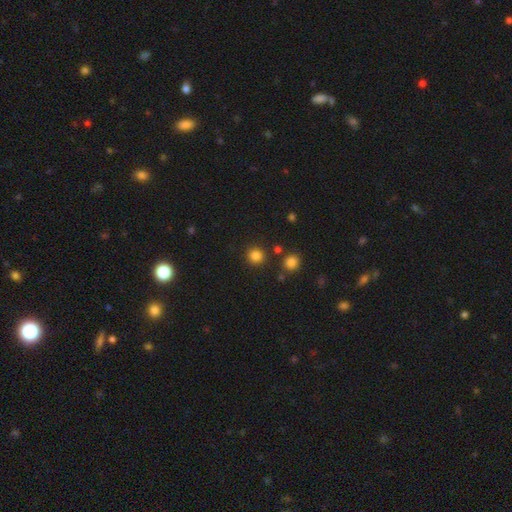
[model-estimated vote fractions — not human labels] smooth_or_featured: smooth (p=0.84) [alt: star or artifact p=0.12]
how_rounded: round (p=0.92) [alt: in between p=0.07]
merging: none (p=0.88) [alt: minor disturbance p=0.06]